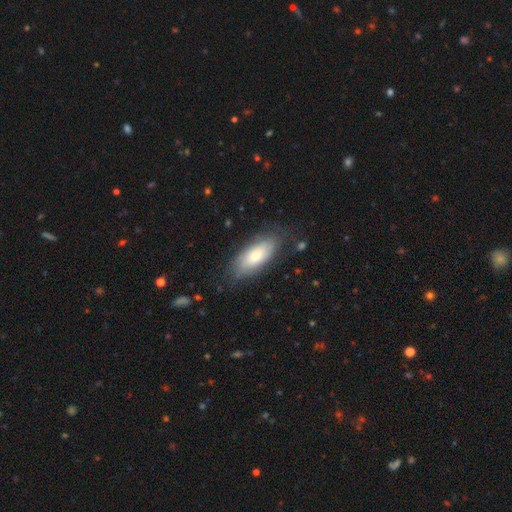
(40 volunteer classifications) smooth 52%, featured or disk 38%, star or artifact 10%. Down the decision tree: how rounded — in between (86%); merging — none (72%).